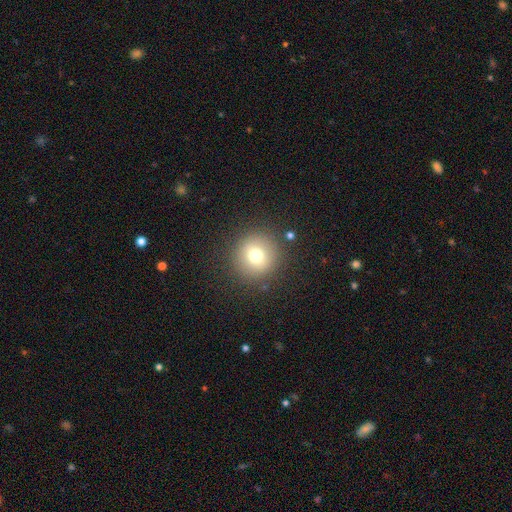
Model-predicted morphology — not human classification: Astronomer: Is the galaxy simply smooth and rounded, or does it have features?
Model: smooth — 73%.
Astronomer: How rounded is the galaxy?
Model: round — 95%.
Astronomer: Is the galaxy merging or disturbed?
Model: none — 88%.